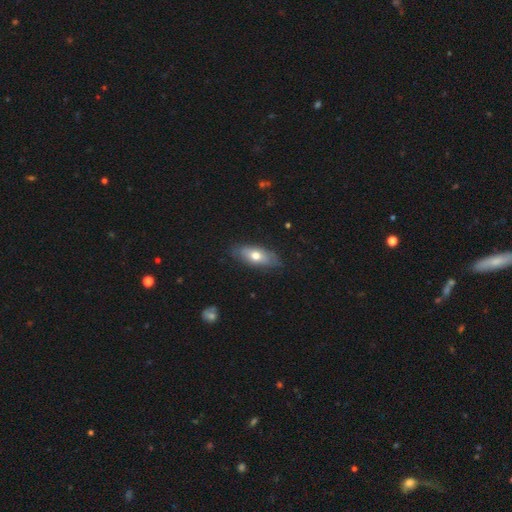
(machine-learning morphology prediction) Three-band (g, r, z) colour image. It shows a smooth galaxy with no disk features (63%) that is in between round and cigar-shaped (81%). Merging: none (79%).